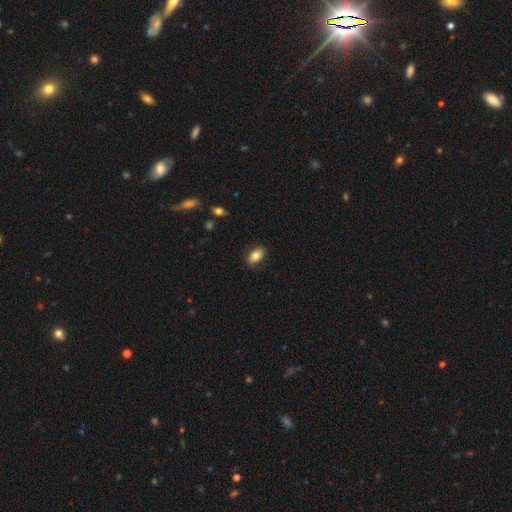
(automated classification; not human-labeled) Smooth or featured? smooth (82%)
How rounded? in between (89%)
Merging? none (87%)